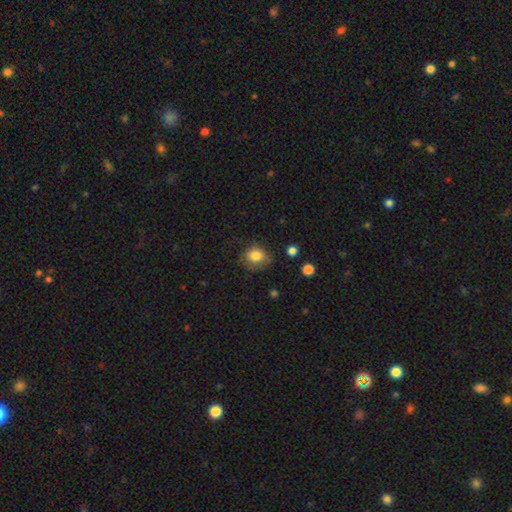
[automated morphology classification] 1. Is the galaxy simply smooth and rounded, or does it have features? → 82% smooth, 9% star or artifact, 9% featured or disk.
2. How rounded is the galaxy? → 64% round, 35% in between, 1% cigar-shaped.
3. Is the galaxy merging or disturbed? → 65% none, 25% minor disturbance, 8% major disturbance, 2% merger.